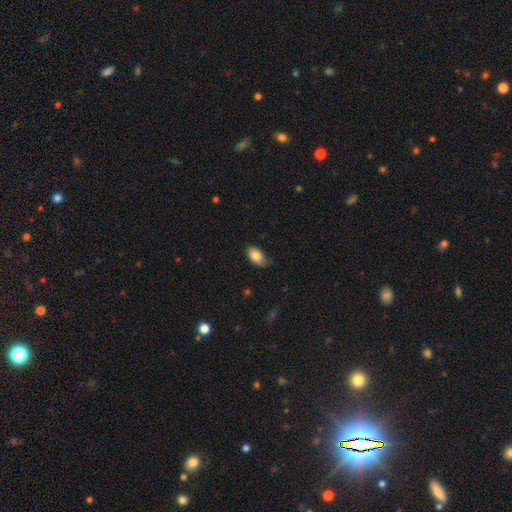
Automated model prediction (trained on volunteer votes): Smooth or featured?
  - smooth: 83% *
  - featured or disk: 10%
  - star or artifact: 7%
How rounded?
  - in between: 91% *
  - round: 7%
  - cigar-shaped: 2%
Merging?
  - none: 68% *
  - minor disturbance: 26%
  - major disturbance: 5%
  - merger: 1%